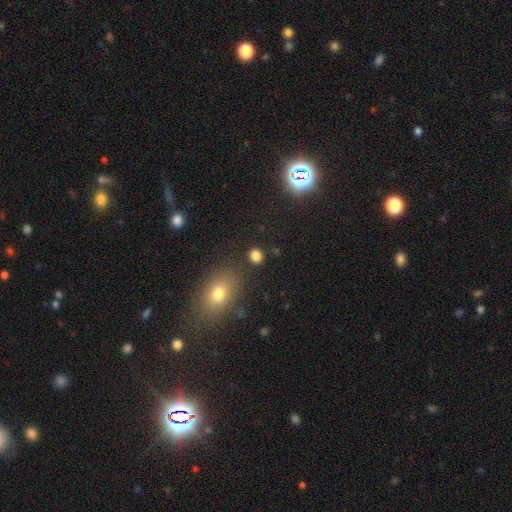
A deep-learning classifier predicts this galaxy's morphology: Smooth or featured: smooth — 82% (star or artifact — 13%)
How rounded: round — 63% (in between — 35%)
Merging: none — 85% (minor disturbance — 9%)